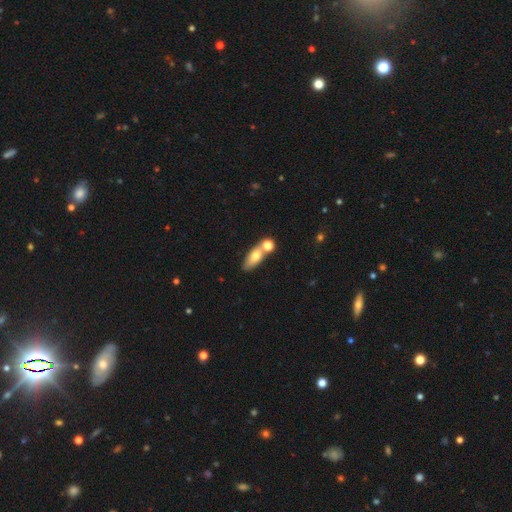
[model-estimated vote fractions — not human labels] Smooth or featured? Predicted: smooth (p=0.68). How rounded? Predicted: in between (p=0.67). Merging? Predicted: none (p=0.48).